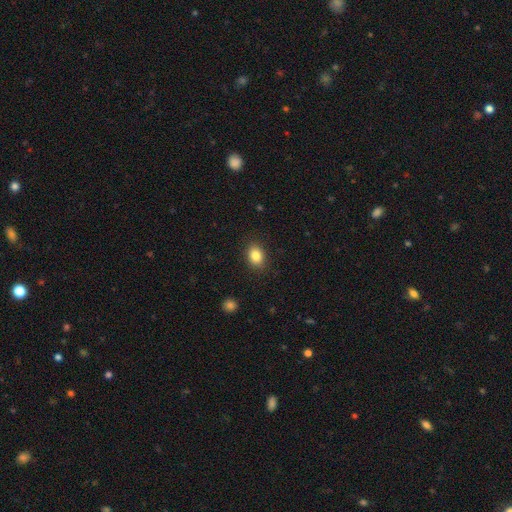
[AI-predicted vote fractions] smooth-or-featured: smooth: 84% | star or artifact: 9% | featured or disk: 6%
  how-rounded: in between: 64% | round: 35% | cigar-shaped: 1%
  merging: none: 88% | minor disturbance: 9% | major disturbance: 3% | merger: 1%